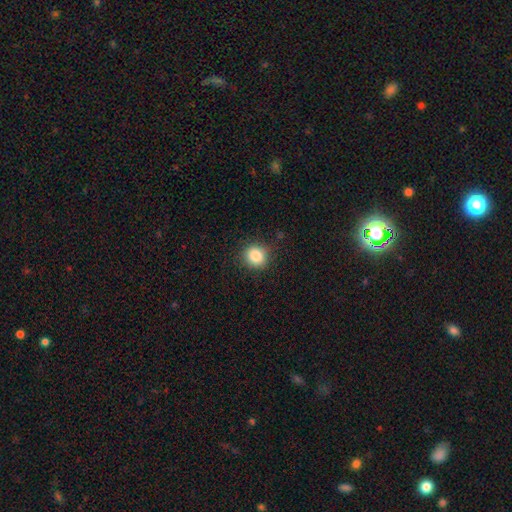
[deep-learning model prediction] Morphology: type=smooth (85%); roundness=round (87%); merging=none (87%).